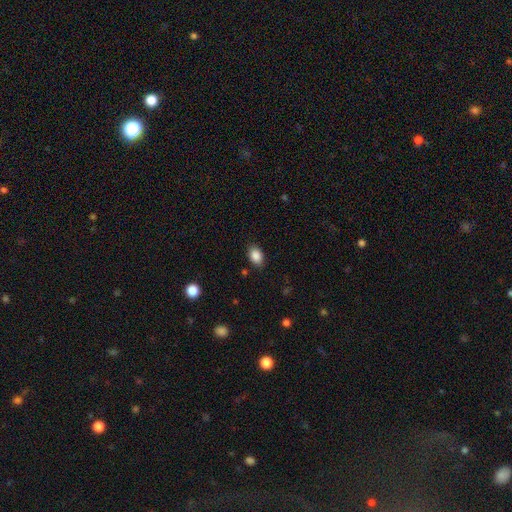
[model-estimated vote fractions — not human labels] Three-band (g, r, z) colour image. It shows a smooth galaxy with no disk features (88%) that is in between round and cigar-shaped (83%). Merging: none (85%).